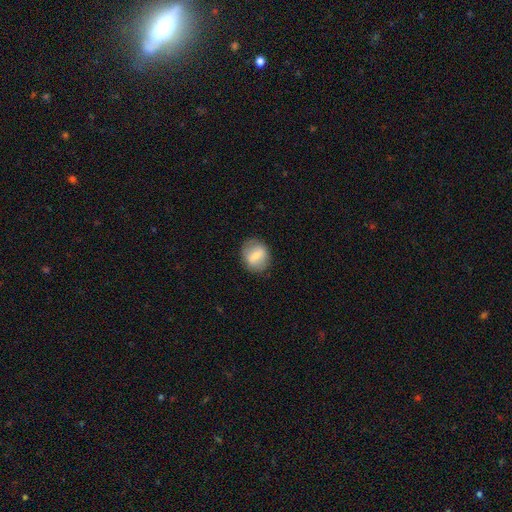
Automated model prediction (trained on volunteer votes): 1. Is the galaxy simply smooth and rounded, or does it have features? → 61% smooth, 31% featured or disk, 8% star or artifact.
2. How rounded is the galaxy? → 64% round, 35% in between, 1% cigar-shaped.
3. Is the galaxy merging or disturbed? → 82% none, 13% minor disturbance, 4% major disturbance, 1% merger.